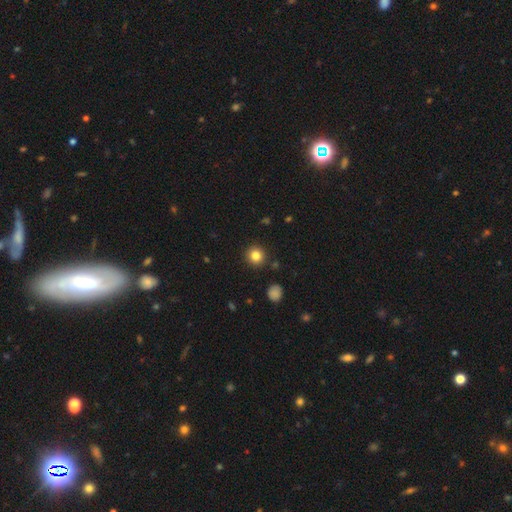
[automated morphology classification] Smooth or featured?
  - smooth: 83% *
  - star or artifact: 12%
  - featured or disk: 6%
How rounded?
  - round: 93% *
  - in between: 6%
  - cigar-shaped: 1%
Merging?
  - none: 91% *
  - minor disturbance: 5%
  - merger: 2%
  - major disturbance: 2%